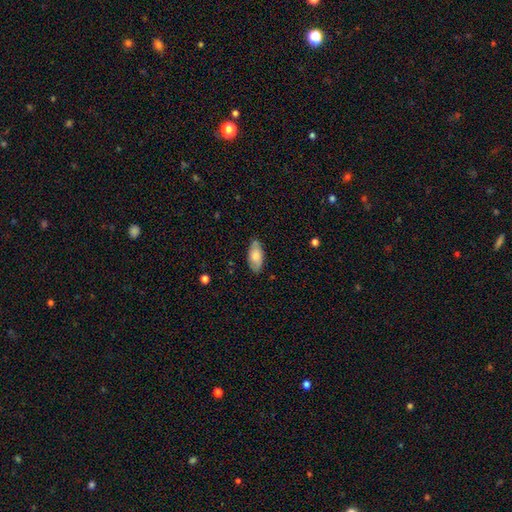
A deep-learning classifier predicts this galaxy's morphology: The model was most divided on "smooth or featured": smooth: 72%, featured or disk: 21%, star or artifact: 6%. More confident: how rounded — in between (91%); merging — none (80%).